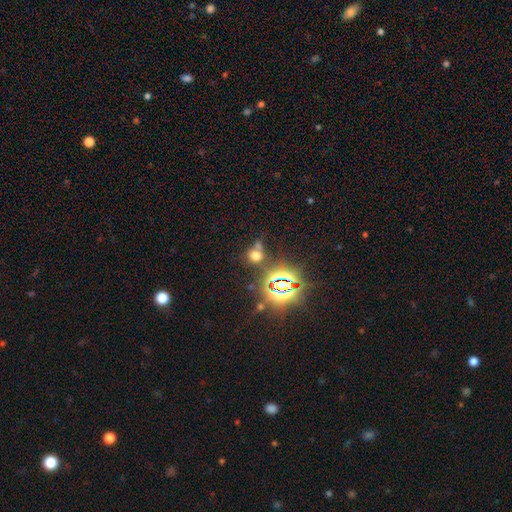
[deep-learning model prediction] Morphology: type=smooth (53%); roundness=round (76%); merging=none (61%).